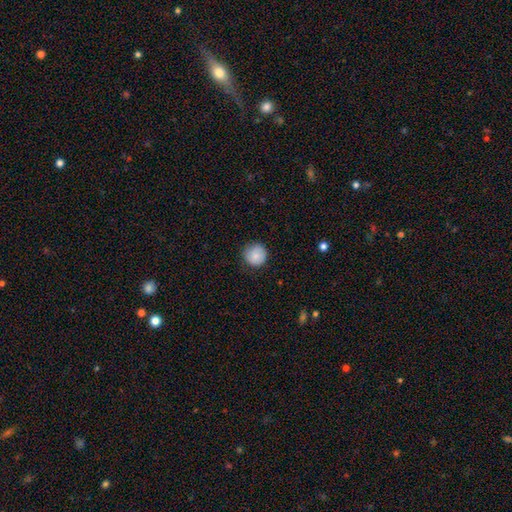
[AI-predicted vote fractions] Smooth or featured?
  - smooth: 83% *
  - featured or disk: 10%
  - star or artifact: 7%
How rounded?
  - round: 94% *
  - in between: 5%
  - cigar-shaped: 1%
Merging?
  - none: 80% *
  - minor disturbance: 16%
  - major disturbance: 3%
  - merger: 1%